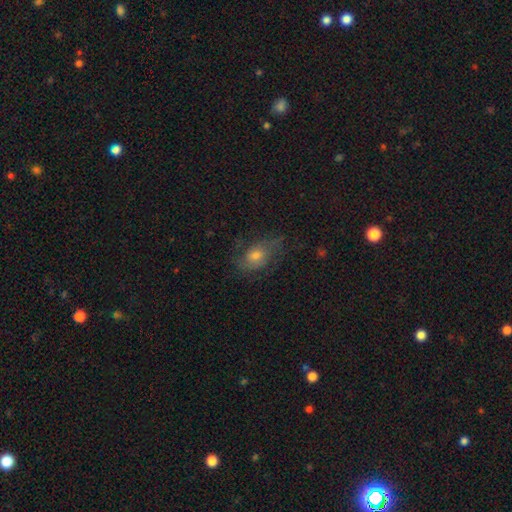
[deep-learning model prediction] Morphology: type=featured or disk (49%); merging=none (58%).